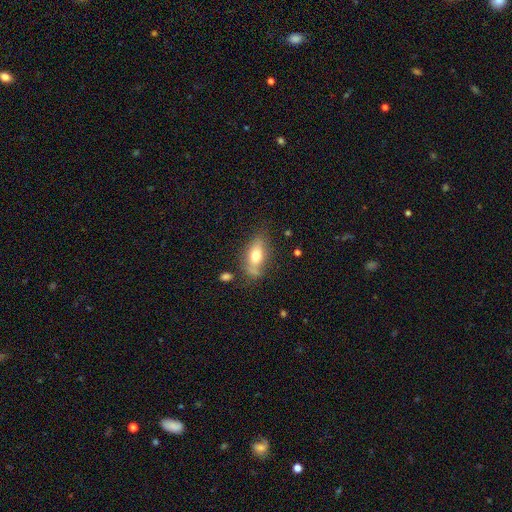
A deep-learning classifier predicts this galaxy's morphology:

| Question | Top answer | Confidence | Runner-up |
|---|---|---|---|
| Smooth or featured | smooth | 67% | featured or disk (25%) |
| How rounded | in between | 81% | cigar-shaped (14%) |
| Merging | none | 61% | minor disturbance (23%) |